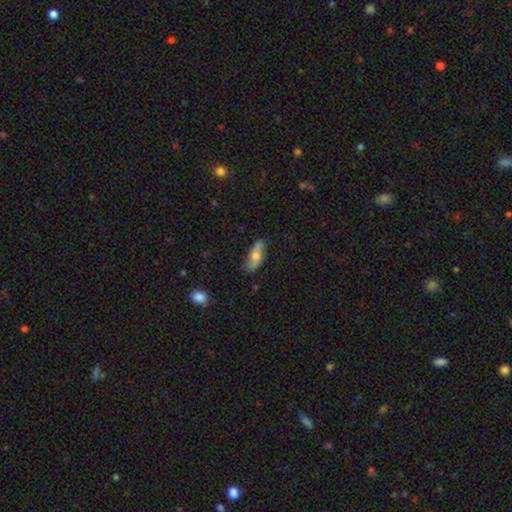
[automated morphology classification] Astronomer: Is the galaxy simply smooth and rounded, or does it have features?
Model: smooth — 52% (runner-up: featured or disk, 41%).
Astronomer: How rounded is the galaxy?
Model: in between — 74%.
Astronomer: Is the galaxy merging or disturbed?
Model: none — 76%.